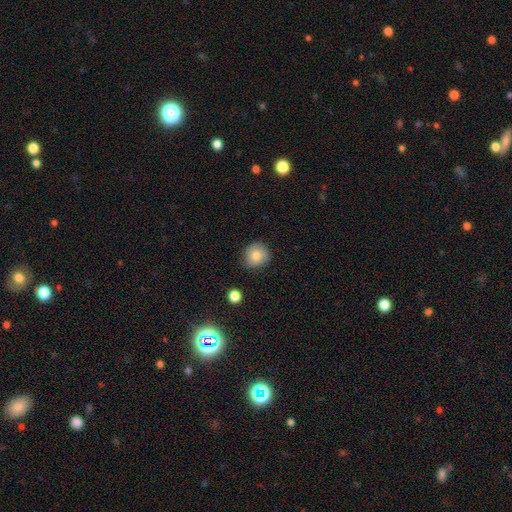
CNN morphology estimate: This is clearly a smooth galaxy (82%). How rounded: clearly round (88%). Merging: clearly none (81%).